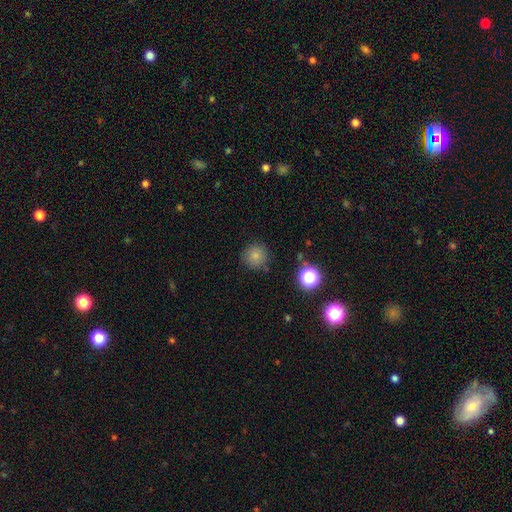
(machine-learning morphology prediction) smooth 78%, star or artifact 14%, featured or disk 8%. Down the decision tree: how rounded — round (94%); merging — none (84%).